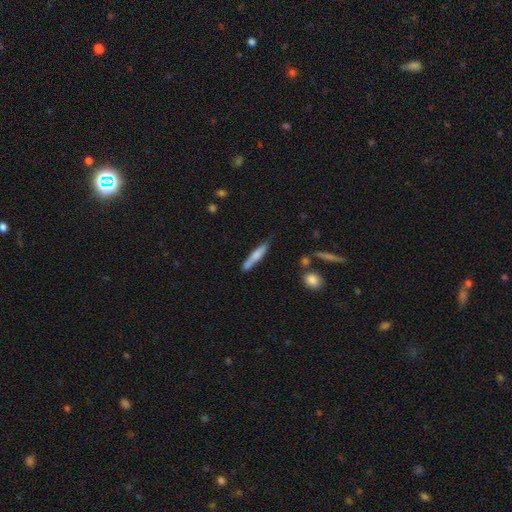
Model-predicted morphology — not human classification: This is likely a smooth galaxy (65%). How rounded: clearly cigar-shaped (90%). Merging: likely none (69%).